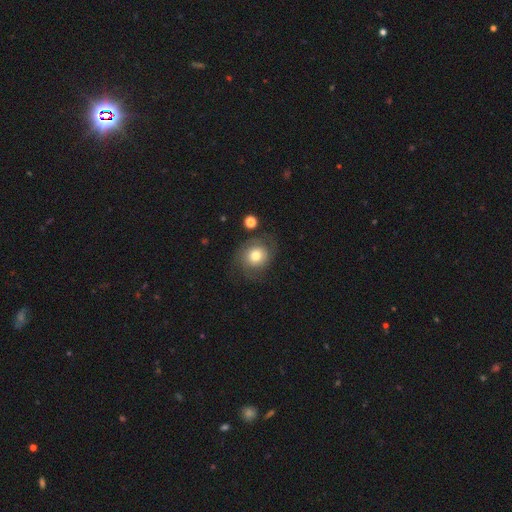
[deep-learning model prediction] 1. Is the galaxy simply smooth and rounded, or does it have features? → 55% smooth, 36% featured or disk, 9% star or artifact.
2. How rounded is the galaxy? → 78% round, 22% in between, 1% cigar-shaped.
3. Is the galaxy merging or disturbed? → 61% none, 20% minor disturbance, 15% major disturbance, 3% merger.